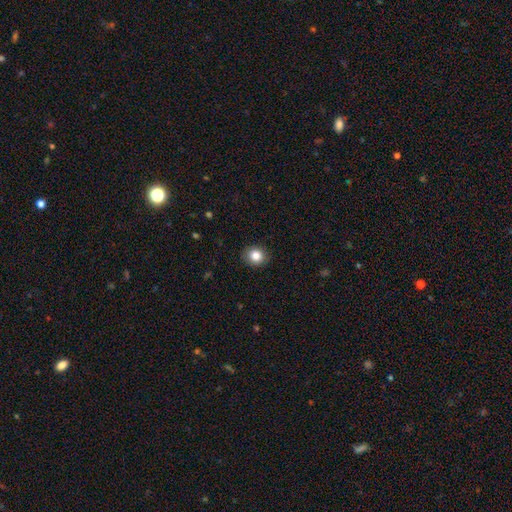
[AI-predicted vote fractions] A smooth galaxy with no disk features (84%) that is round (79%).

Vote fractions:
- Smooth or featured? smooth: 84% / star or artifact: 10% / featured or disk: 6%
- How rounded? round: 79% / in between: 20% / cigar-shaped: 1%
- Merging? none: 90% / minor disturbance: 7% / major disturbance: 2% / merger: 1%